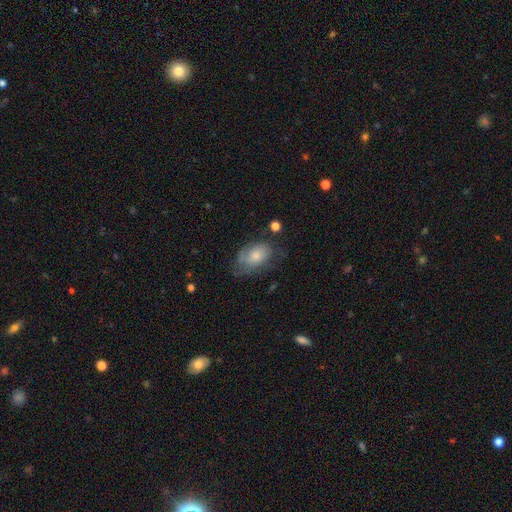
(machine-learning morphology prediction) smooth-or-featured: smooth: 60% | featured or disk: 32% | star or artifact: 8%
  how-rounded: in between: 85% | round: 13% | cigar-shaped: 1%
  merging: none: 47% | minor disturbance: 31% | major disturbance: 19% | merger: 3%